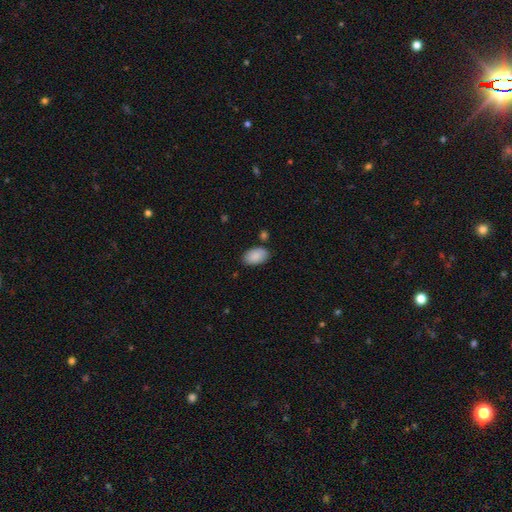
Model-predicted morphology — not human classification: Smooth or featured? Predicted: smooth (p=0.88). How rounded? Predicted: in between (p=0.93). Merging? Predicted: none (p=0.82).